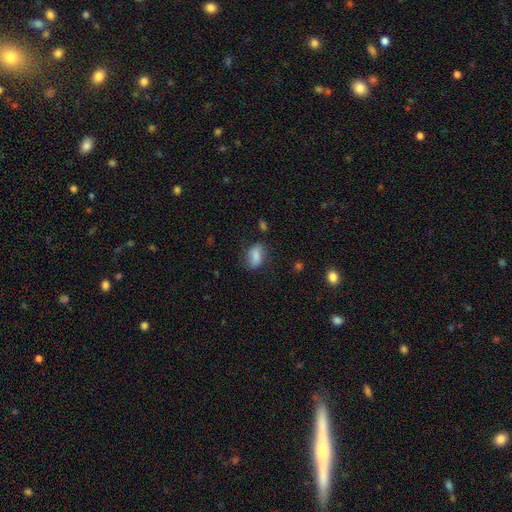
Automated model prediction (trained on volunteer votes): smooth 80%, featured or disk 12%, star or artifact 8%. Down the decision tree: how rounded — in between (86%); merging — none (68%).